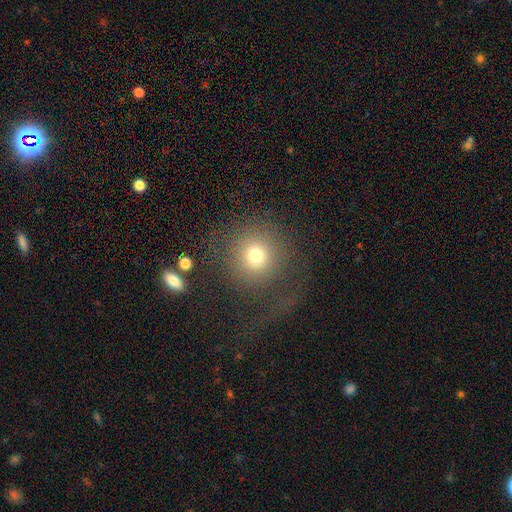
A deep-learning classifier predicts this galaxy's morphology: Overall: smooth (70%). How rounded: round (93%). Merging: none (63%; major disturbance 23%).